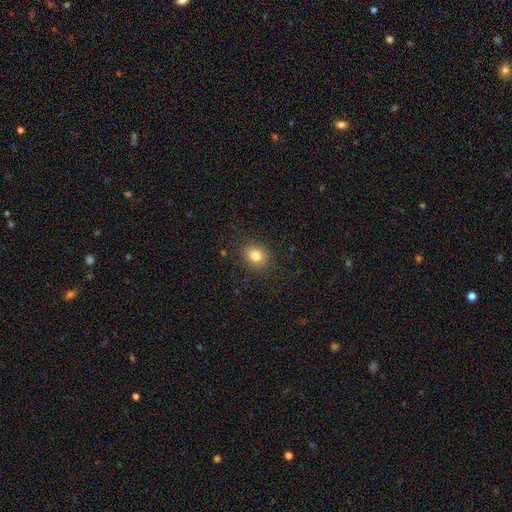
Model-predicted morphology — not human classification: The model was most divided on "how rounded": round: 71%, in between: 28%, cigar-shaped: 1%. More confident: merging — none (88%); smooth or featured — smooth (80%).